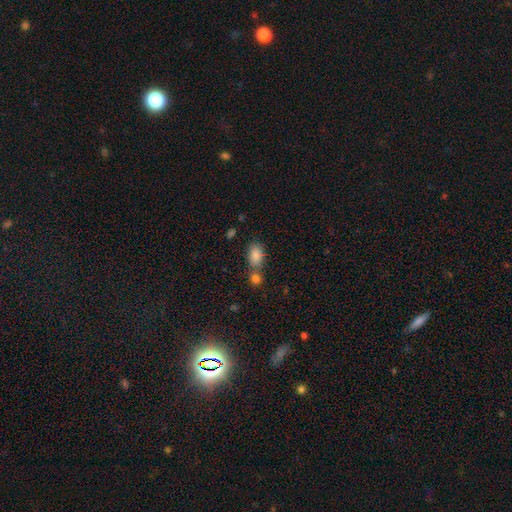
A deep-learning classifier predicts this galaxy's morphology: This appears to be a smooth galaxy with no disk features (84%) that is in between round and cigar-shaped (85%). Merging: none (51%).